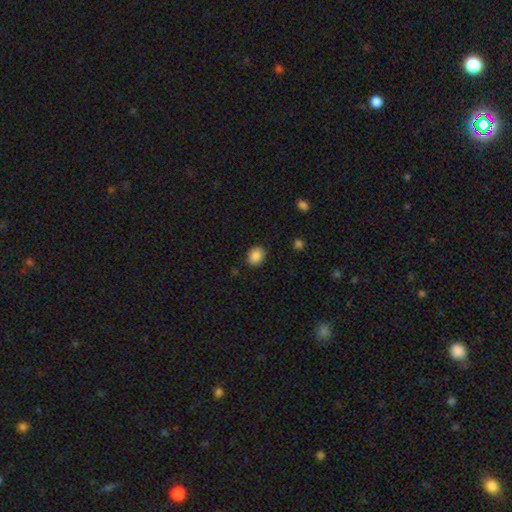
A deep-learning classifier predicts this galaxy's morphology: Overall: smooth (88%). How rounded: in between (59%; round 40%). Merging: none (86%).